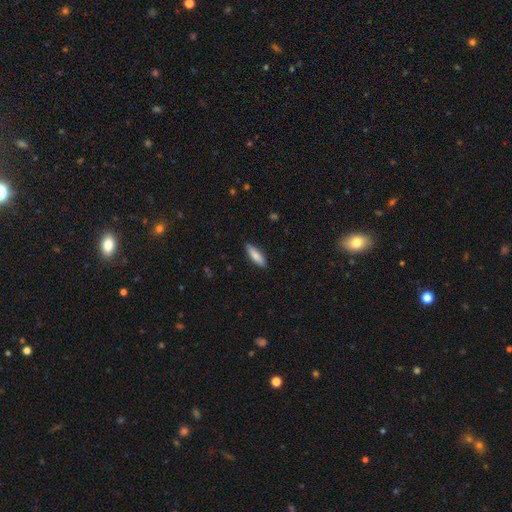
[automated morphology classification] smooth_or_featured: smooth (p=0.83) [alt: featured or disk p=0.11]
how_rounded: cigar-shaped (p=0.61) [alt: in between p=0.38]
merging: none (p=0.89) [alt: minor disturbance p=0.09]